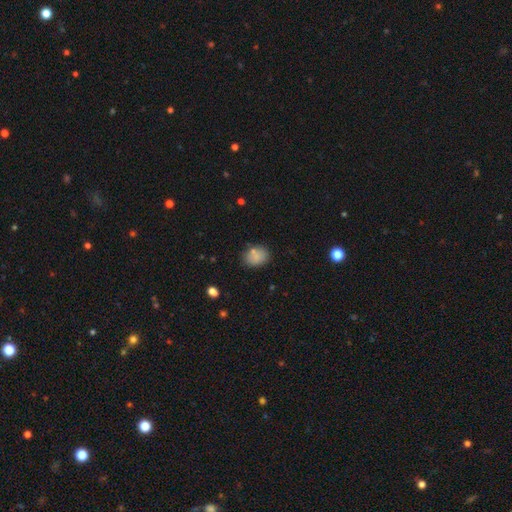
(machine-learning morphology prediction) A smooth galaxy with no disk features (80%) that is in between round and cigar-shaped (62%). Merging: none (72%).